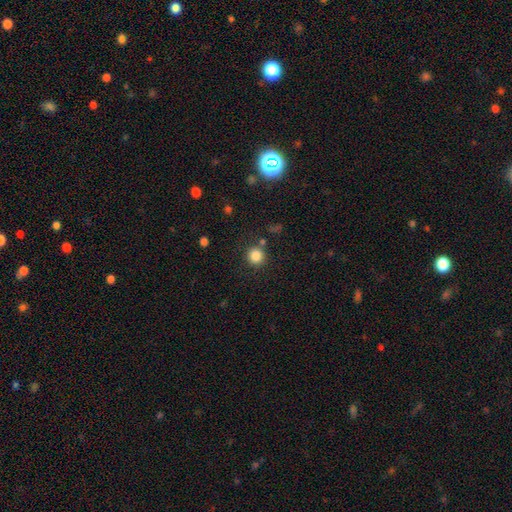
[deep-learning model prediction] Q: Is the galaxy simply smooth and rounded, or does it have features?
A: smooth — 84%.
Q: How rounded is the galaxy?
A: round — 93%.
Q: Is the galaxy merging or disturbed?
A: none — 83%.